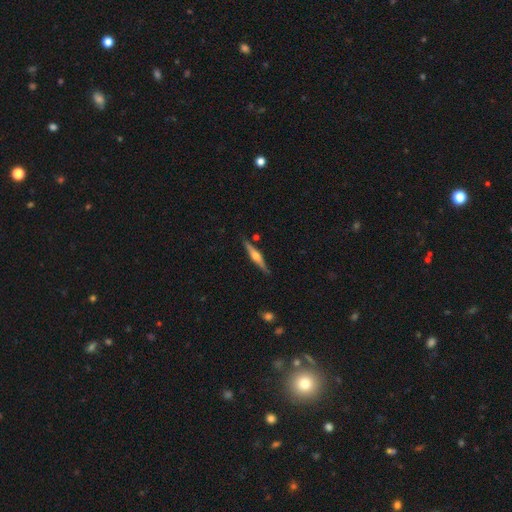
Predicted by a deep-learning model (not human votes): Morphology: type=featured or disk (74%); edge-on=yes (98%); edge-on bulge=rounded (91%); merging=none (87%).